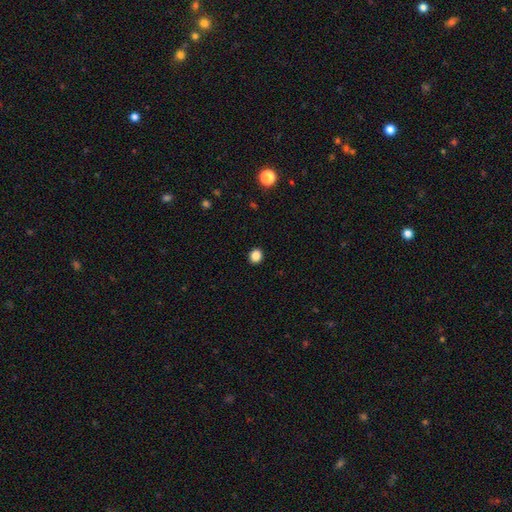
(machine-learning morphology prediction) A smooth galaxy with no disk features (86%) that is round (79%). Merging: none (92%).